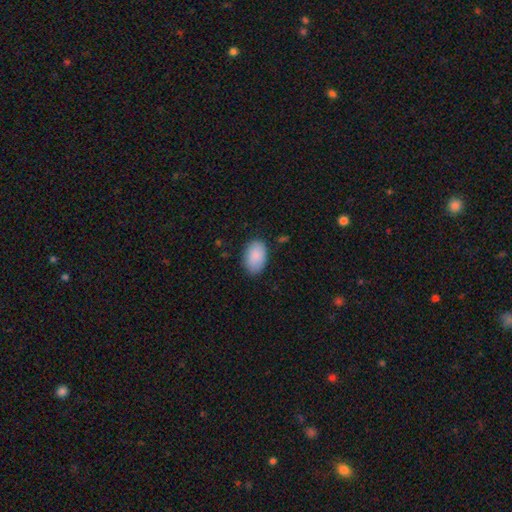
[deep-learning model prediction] Smooth or featured: smooth — 89% (star or artifact — 6%)
How rounded: in between — 91% (round — 8%)
Merging: none — 83% (minor disturbance — 13%)